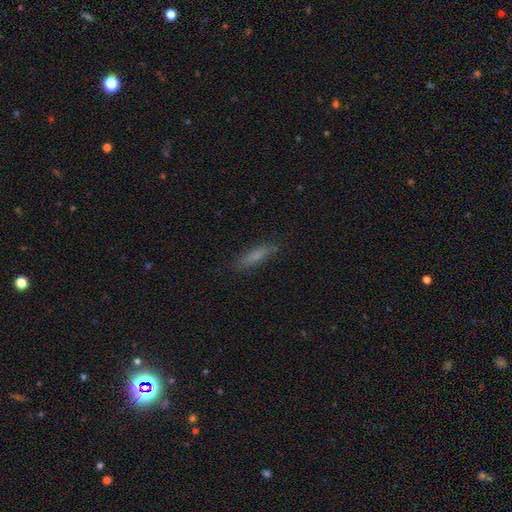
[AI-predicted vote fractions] Smooth or featured? smooth (69%)
How rounded? cigar-shaped (74%)
Merging? none (83%)